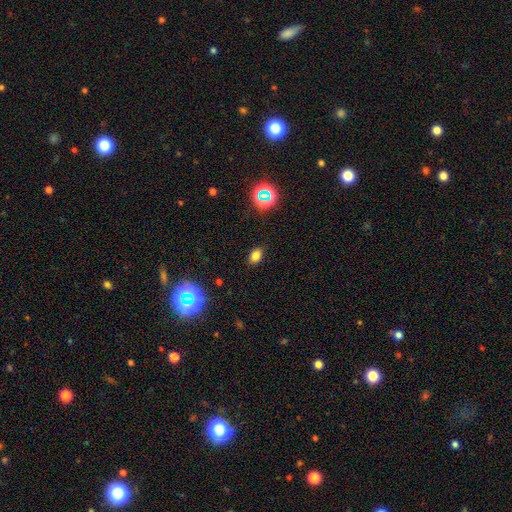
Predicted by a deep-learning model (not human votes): smooth_or_featured: smooth (p=0.76) [alt: star or artifact p=0.17]
how_rounded: in between (p=0.77) [alt: round p=0.22]
merging: none (p=0.87) [alt: minor disturbance p=0.09]